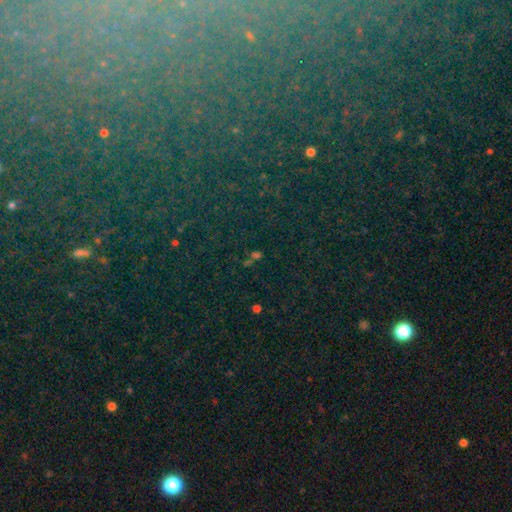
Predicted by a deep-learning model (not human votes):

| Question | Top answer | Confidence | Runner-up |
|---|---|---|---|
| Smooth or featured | star or artifact | 71% | smooth (19%) |